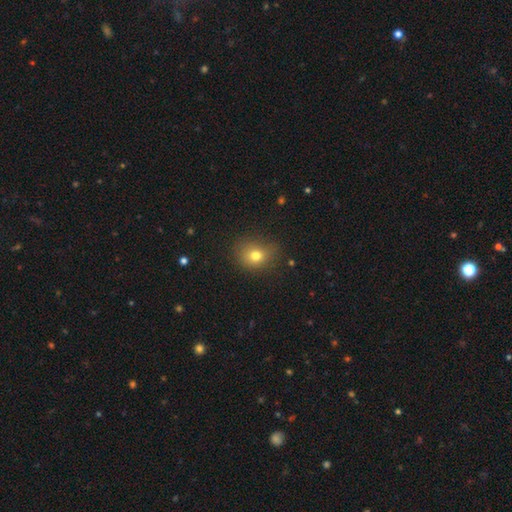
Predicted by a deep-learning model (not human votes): Smooth or featured: smooth — 75% (star or artifact — 15%)
How rounded: round — 65% (in between — 34%)
Merging: none — 72% (minor disturbance — 19%)